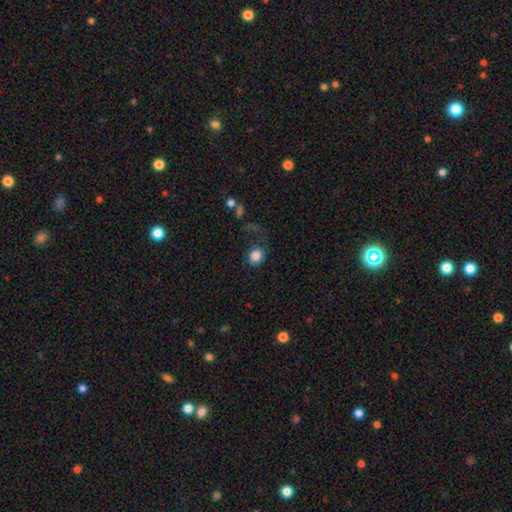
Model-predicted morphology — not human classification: Smooth or featured: smooth — 83% (star or artifact — 9%)
How rounded: round — 69% (in between — 30%)
Merging: none — 54% (major disturbance — 23%)